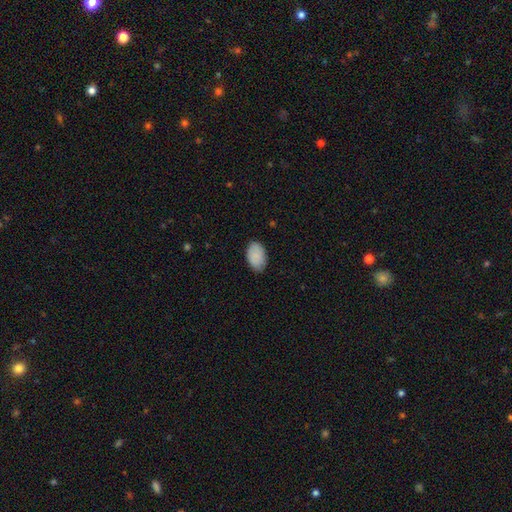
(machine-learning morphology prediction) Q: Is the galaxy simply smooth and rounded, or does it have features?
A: smooth — 89%.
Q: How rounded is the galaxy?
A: in between — 91%.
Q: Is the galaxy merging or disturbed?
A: none — 79%.